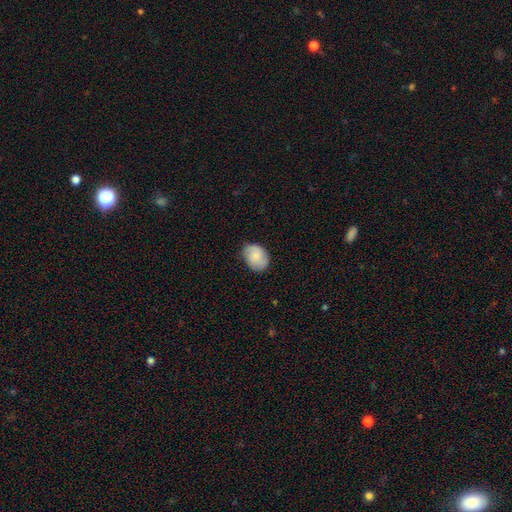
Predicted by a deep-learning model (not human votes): This appears to be a smooth galaxy with no disk features (75%) that is in between round and cigar-shaped (62%). Merging: none (74%).